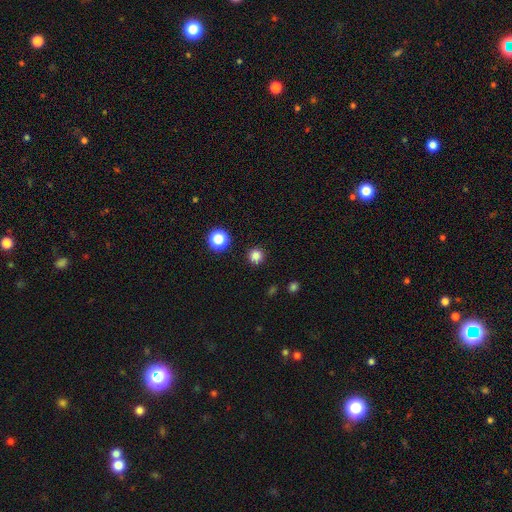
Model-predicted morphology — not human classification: Smooth or featured?
  - smooth: 81% *
  - star or artifact: 16%
  - featured or disk: 4%
How rounded?
  - round: 95% *
  - in between: 4%
  - cigar-shaped: 1%
Merging?
  - none: 90% *
  - minor disturbance: 6%
  - major disturbance: 2%
  - merger: 2%